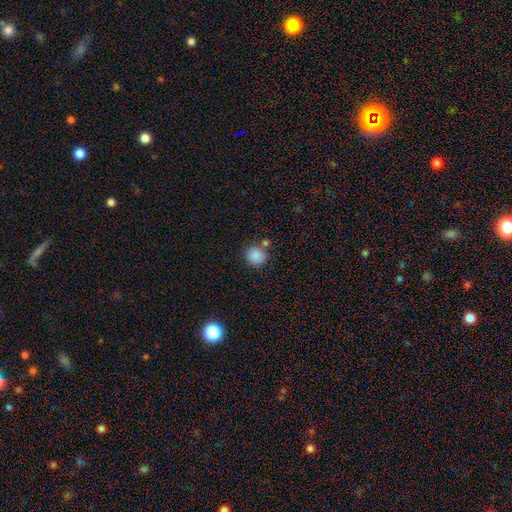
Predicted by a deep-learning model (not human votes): Smooth or featured? smooth (86%)
How rounded? round (88%)
Merging? none (72%)